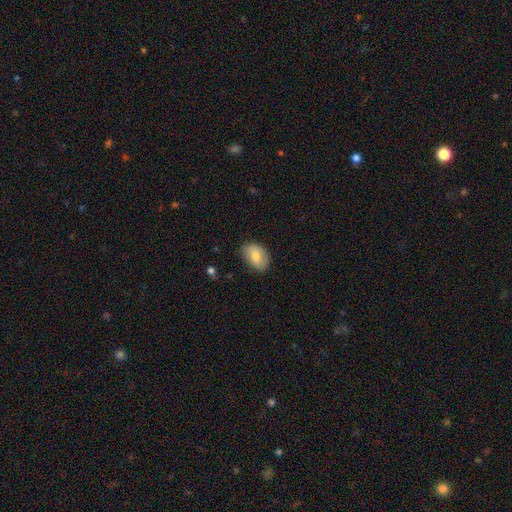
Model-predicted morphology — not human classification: A smooth galaxy with no disk features (78%) that is in between round and cigar-shaped (85%).

Vote fractions:
- Smooth or featured? smooth: 78% / featured or disk: 16% / star or artifact: 7%
- How rounded? in between: 85% / round: 13% / cigar-shaped: 1%
- Merging? none: 78% / minor disturbance: 18% / major disturbance: 4% / merger: 1%